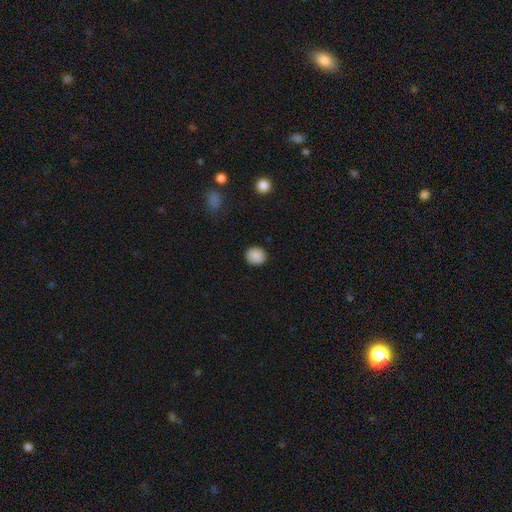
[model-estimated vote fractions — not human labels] smooth_or_featured: smooth (p=0.88) [alt: star or artifact p=0.08]
how_rounded: round (p=0.76) [alt: in between p=0.23]
merging: none (p=0.87) [alt: minor disturbance p=0.09]